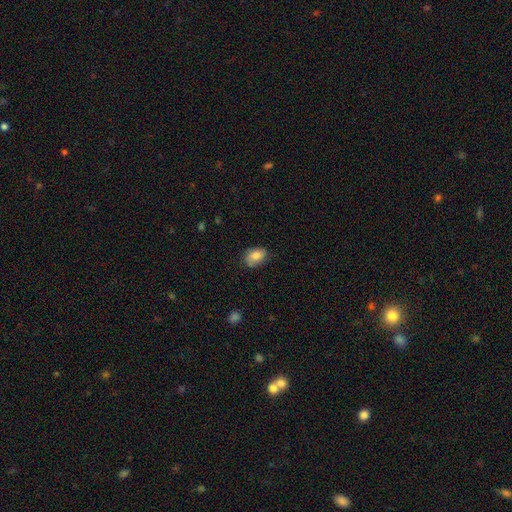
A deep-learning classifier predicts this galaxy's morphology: Smooth or featured? Predicted: smooth (p=0.80). How rounded? Predicted: in between (p=0.88). Merging? Predicted: none (p=0.71).